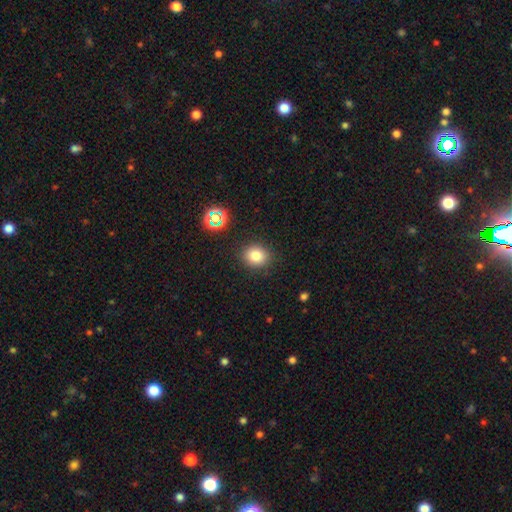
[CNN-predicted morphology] Q: Smooth or featured?
A: smooth (80%); runner-up: star or artifact (14%)
Q: How rounded?
A: round (72%); runner-up: in between (27%)
Q: Merging?
A: none (87%); runner-up: minor disturbance (9%)